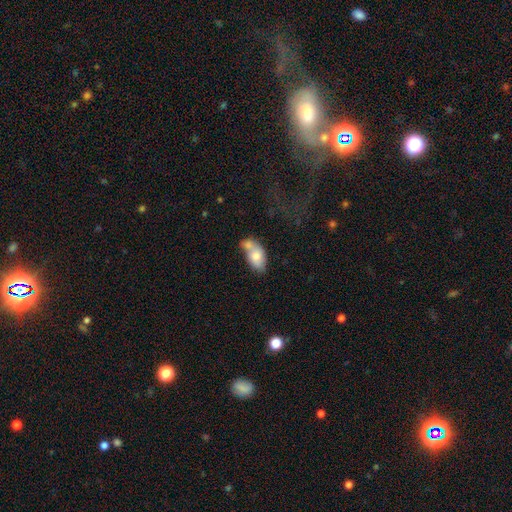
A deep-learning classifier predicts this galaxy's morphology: This is likely a smooth galaxy (71%). How rounded: clearly in between (90%). Merging: possibly merger (53%).